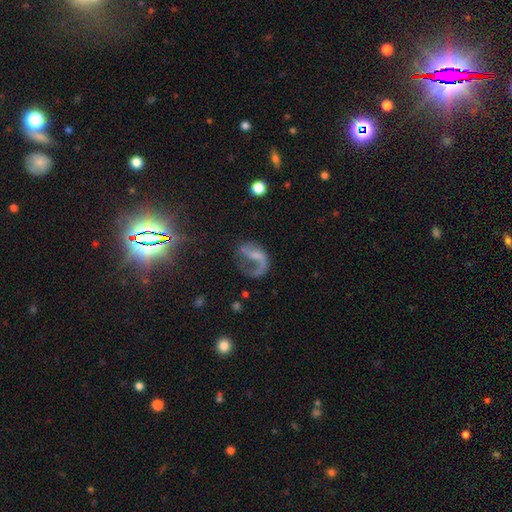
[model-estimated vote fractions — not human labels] A featured or disk galaxy (69%) with no bar (45%), 1 (69%) loose (60%) spiral arms (79%) and no central bulge (40%).

Vote fractions:
- Smooth or featured? featured or disk: 69% / smooth: 19% / star or artifact: 12%
- Edge-on disk? no: 97% / yes: 3%
- Bar? no: 45% / weak: 38% / strong: 17%
- Spiral arms? yes: 79% / no: 21%
- Spiral winding? loose: 60% / medium: 29% / tight: 11%
- Spiral arm count? 1: 69% / 2: 23% / can't tell: 6% / 3: 1% / 4: 1% / more than 4: 1%
- Bulge size? none: 40% / small: 39% / moderate: 18% / large: 3% / dominant: 1%
- Merging? major disturbance: 45% / none: 33% / minor disturbance: 17% / merger: 5%